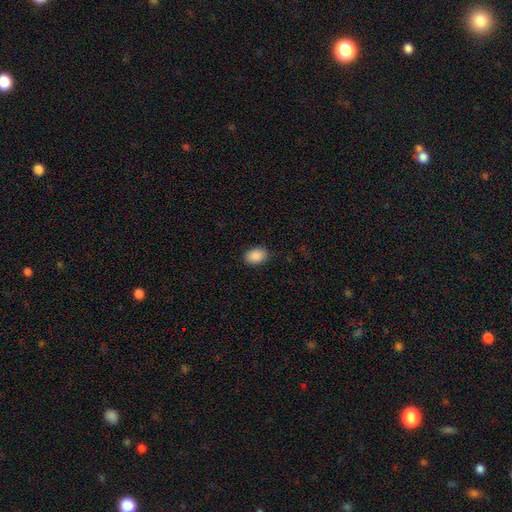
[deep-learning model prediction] A smooth galaxy with no disk features (90%) that is in between round and cigar-shaped (81%). Merging: none (88%).